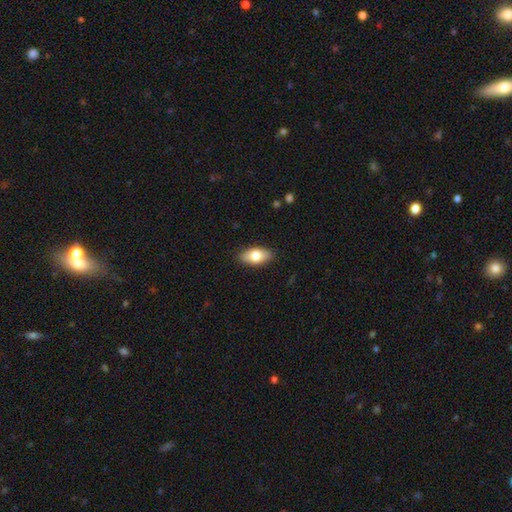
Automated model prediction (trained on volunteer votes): smooth 76%, featured or disk 18%, star or artifact 7%. Down the decision tree: how rounded — in between (89%); merging — none (88%).